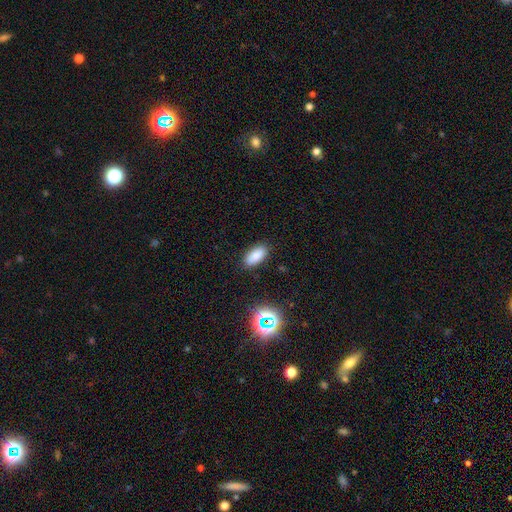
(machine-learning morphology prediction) Smooth or featured?
  - smooth: 82% *
  - star or artifact: 12%
  - featured or disk: 6%
How rounded?
  - in between: 88% *
  - cigar-shaped: 9%
  - round: 3%
Merging?
  - none: 87% *
  - minor disturbance: 9%
  - major disturbance: 3%
  - merger: 1%